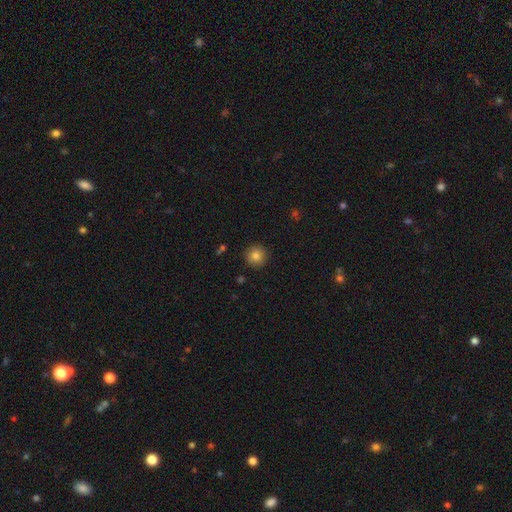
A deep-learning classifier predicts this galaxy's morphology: Smooth or featured? smooth (83%)
How rounded? round (95%)
Merging? none (91%)